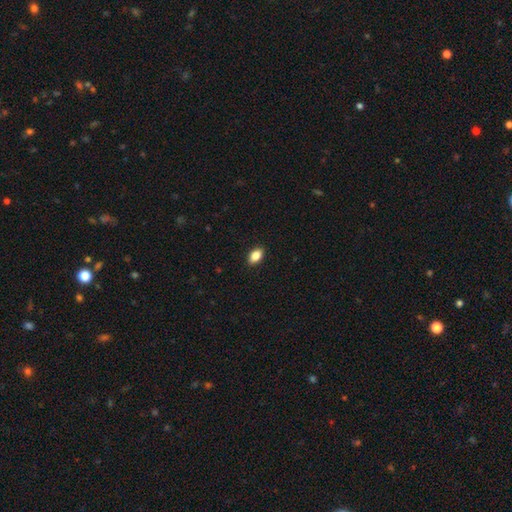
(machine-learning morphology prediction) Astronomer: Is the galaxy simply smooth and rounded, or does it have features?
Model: smooth — 86%.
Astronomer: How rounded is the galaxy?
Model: in between — 89%.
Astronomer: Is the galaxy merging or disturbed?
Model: none — 90%.